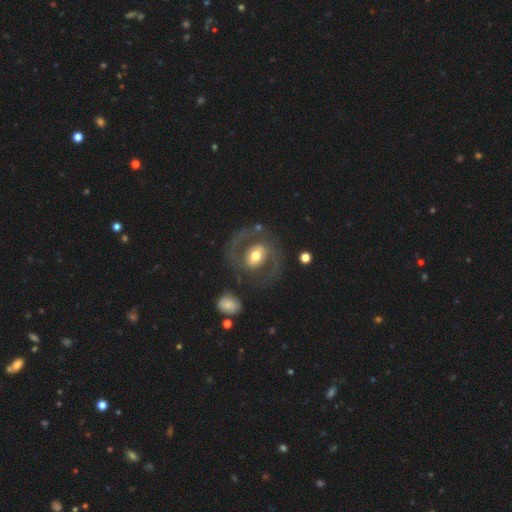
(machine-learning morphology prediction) This is likely a featured or disk galaxy (78%). It is clearly not viewed edge-on (97%). Bar: marginally weak (39%). Spiral arm pattern: likely yes (79%). Spiral arm count: clearly 2 (89%). Spiral winding: possibly medium (55%). Central bulge: likely moderate (67%). Merging: likely none (76%).